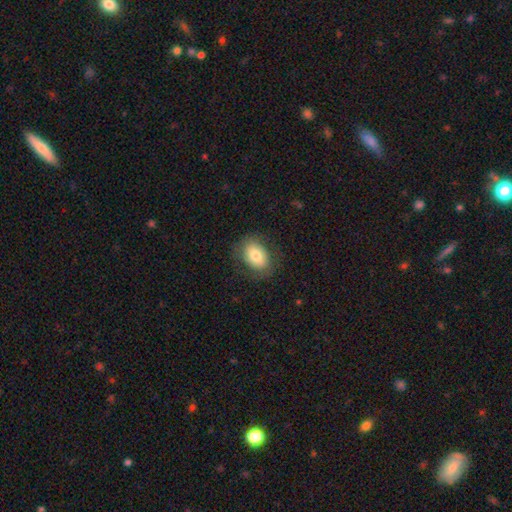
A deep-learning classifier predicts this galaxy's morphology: smooth 76%, featured or disk 16%, star or artifact 8%. Down the decision tree: how rounded — in between (73%); merging — none (79%).